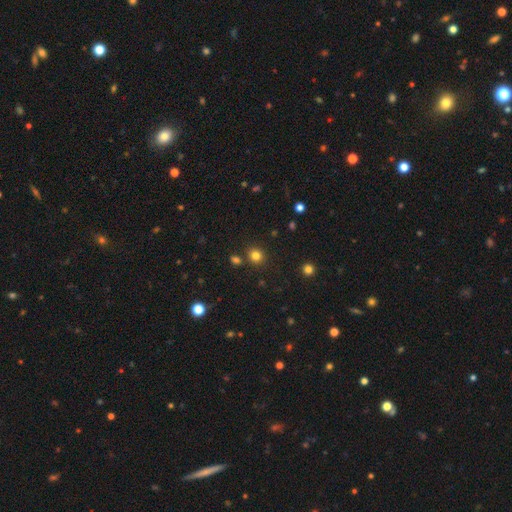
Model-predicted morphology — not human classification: smooth-or-featured: smooth: 80% | star or artifact: 15% | featured or disk: 5%
  how-rounded: round: 87% | in between: 12% | cigar-shaped: 1%
  merging: none: 84% | minor disturbance: 7% | merger: 7% | major disturbance: 3%